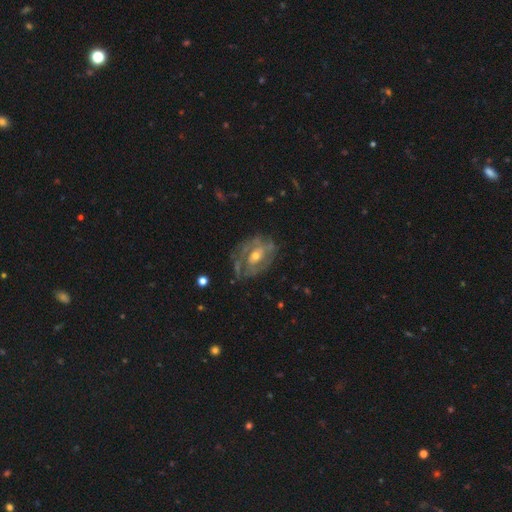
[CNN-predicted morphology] A featured or disk galaxy (78%) with no bar (58%), tight (52%) spiral arms (71%) and a moderate central bulge (60%).

Vote fractions:
- Smooth or featured? featured or disk: 78% / smooth: 15% / star or artifact: 7%
- Edge-on disk? no: 95% / yes: 5%
- Bar? no: 58% / weak: 31% / strong: 10%
- Spiral arms? yes: 71% / no: 29%
- Spiral winding? tight: 52% / medium: 33% / loose: 14%
- Spiral arm count? can't tell: 45% / 2: 29% / 3: 11% / 1: 7% / 4: 4% / more than 4: 3%
- Bulge size? moderate: 60% / small: 35% / large: 3% / none: 1% / dominant: 1%
- Merging? none: 57% / minor disturbance: 25% / major disturbance: 16% / merger: 2%